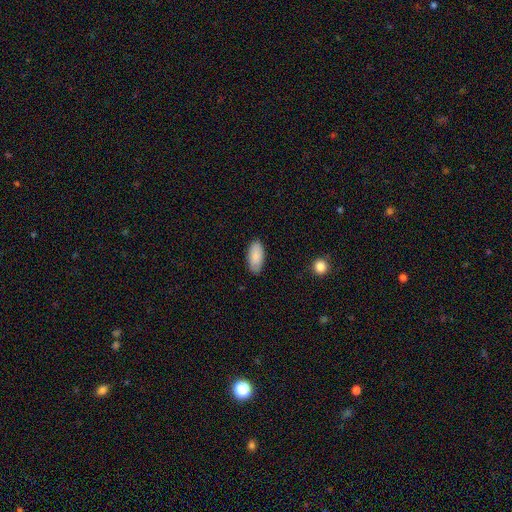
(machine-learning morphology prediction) smooth_or_featured: smooth (p=0.89) [alt: star or artifact p=0.06]
how_rounded: in between (p=0.92) [alt: cigar-shaped p=0.06]
merging: none (p=0.86) [alt: minor disturbance p=0.11]